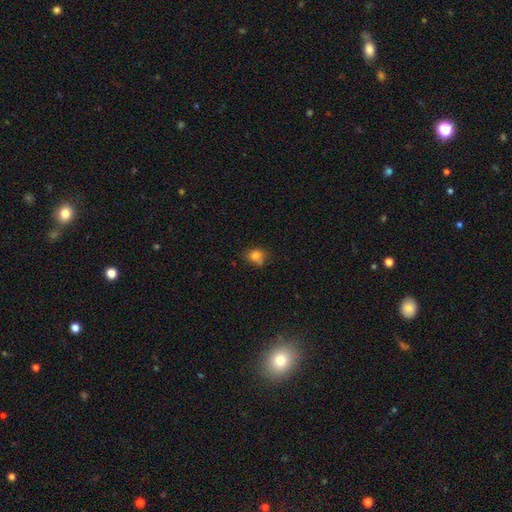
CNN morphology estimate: smooth-or-featured: smooth: 79% | star or artifact: 12% | featured or disk: 9%
  how-rounded: round: 63% | in between: 36% | cigar-shaped: 1%
  merging: none: 60% | minor disturbance: 24% | merger: 10% | major disturbance: 6%